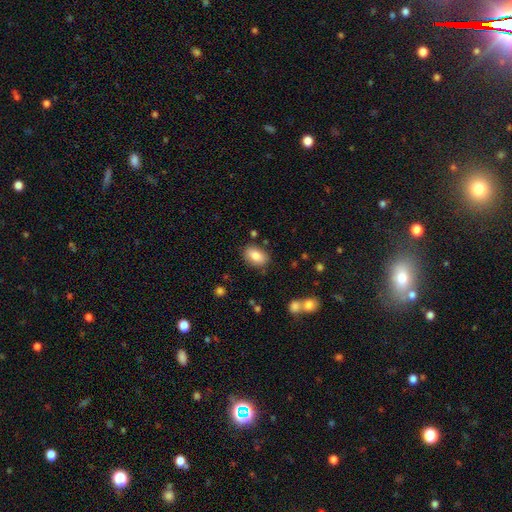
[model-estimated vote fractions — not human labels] Q: Smooth or featured?
A: smooth (83%); runner-up: featured or disk (9%)
Q: How rounded?
A: in between (89%); runner-up: round (9%)
Q: Merging?
A: none (82%); runner-up: minor disturbance (12%)